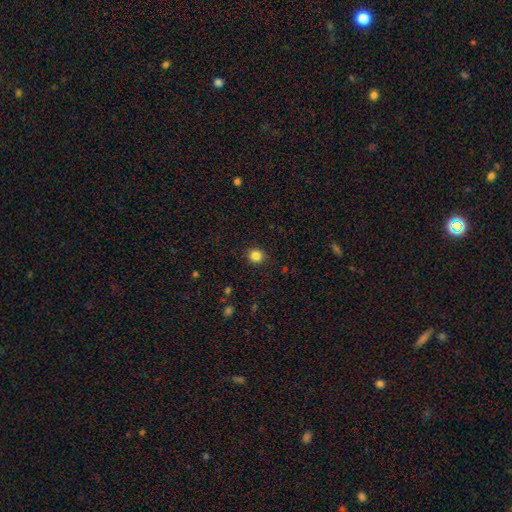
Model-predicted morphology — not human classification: smooth 84%, star or artifact 12%, featured or disk 4%. Down the decision tree: how rounded — round (89%); merging — none (91%).